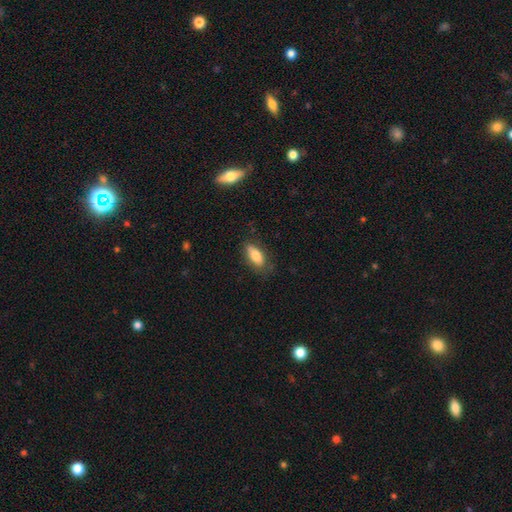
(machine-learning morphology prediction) smooth 79%, featured or disk 14%, star or artifact 7%. Down the decision tree: how rounded — in between (84%); merging — none (75%).